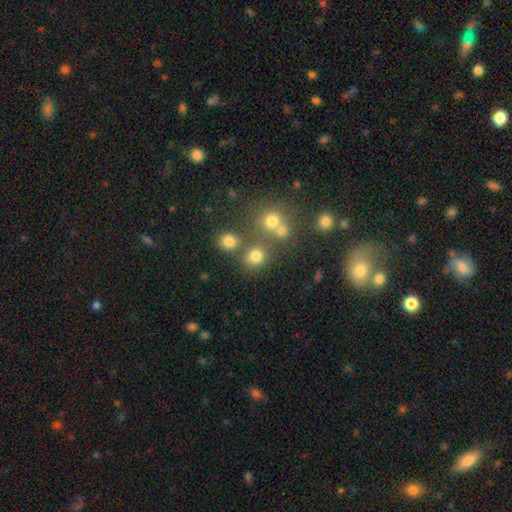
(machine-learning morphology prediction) A smooth galaxy with no disk features (76%) that is round (80%). Merging: none (66%).